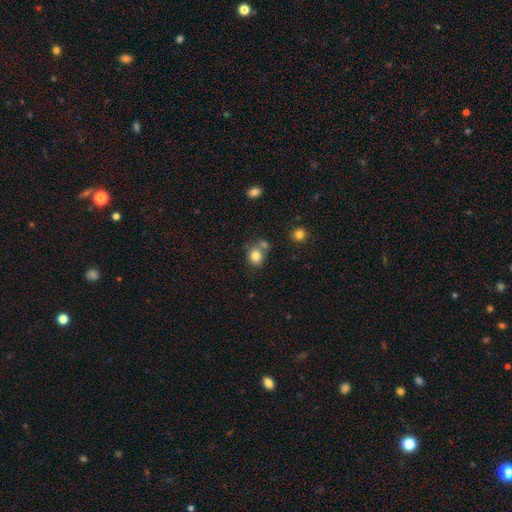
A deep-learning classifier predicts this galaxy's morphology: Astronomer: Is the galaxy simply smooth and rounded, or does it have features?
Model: smooth — 81%.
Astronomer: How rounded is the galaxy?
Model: round — 73%.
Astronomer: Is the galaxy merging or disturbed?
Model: none — 59%.